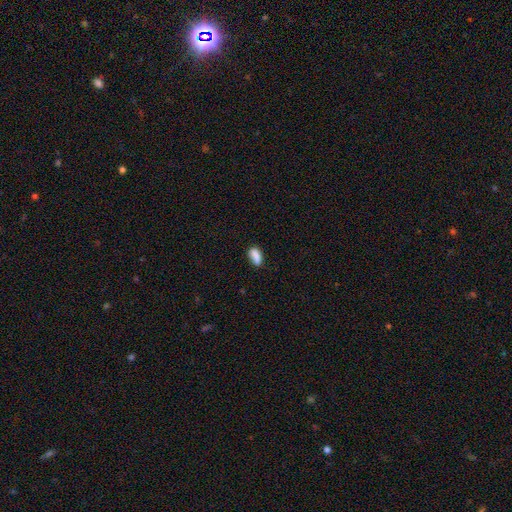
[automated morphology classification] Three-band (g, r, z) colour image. It shows a smooth galaxy with no disk features (85%) that is in between round and cigar-shaped (80%). Merging: none (64%).